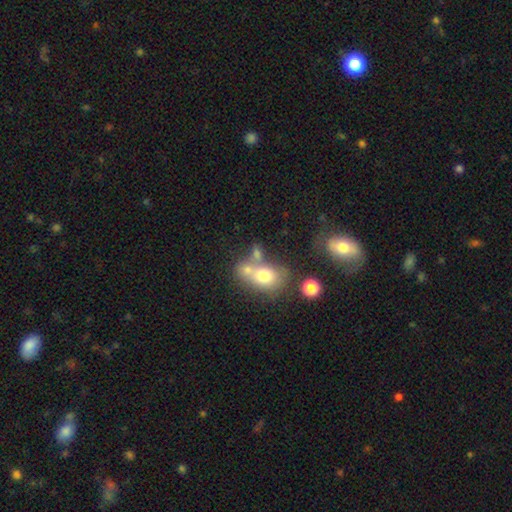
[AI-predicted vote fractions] Smooth or featured: smooth — 68% (featured or disk — 19%)
How rounded: in between — 64% (round — 34%)
Merging: merger — 44% (none — 35%)